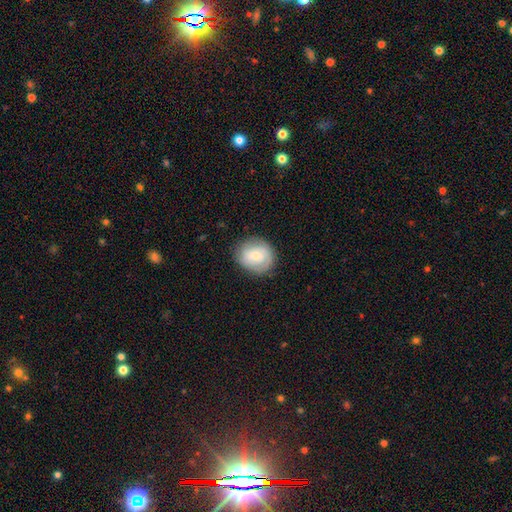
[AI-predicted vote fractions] Smooth or featured?
  - smooth: 55% *
  - featured or disk: 38%
  - star or artifact: 7%
How rounded?
  - round: 75% *
  - in between: 24%
  - cigar-shaped: 1%
Merging?
  - none: 82% *
  - minor disturbance: 13%
  - major disturbance: 4%
  - merger: 1%